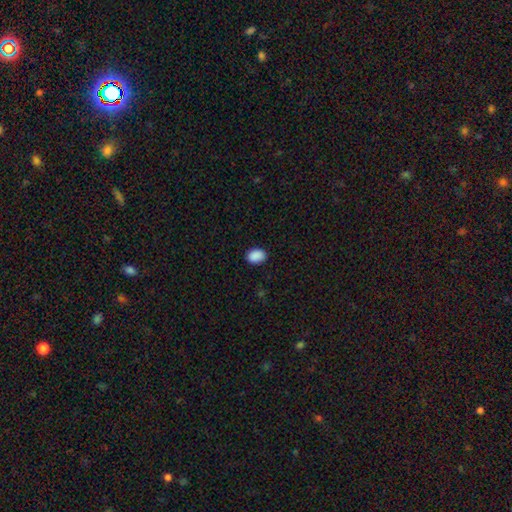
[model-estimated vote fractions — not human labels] smooth-or-featured: smooth: 90% | star or artifact: 8% | featured or disk: 2%
  how-rounded: in between: 78% | round: 21% | cigar-shaped: 1%
  merging: none: 89% | minor disturbance: 8% | major disturbance: 2% | merger: 1%